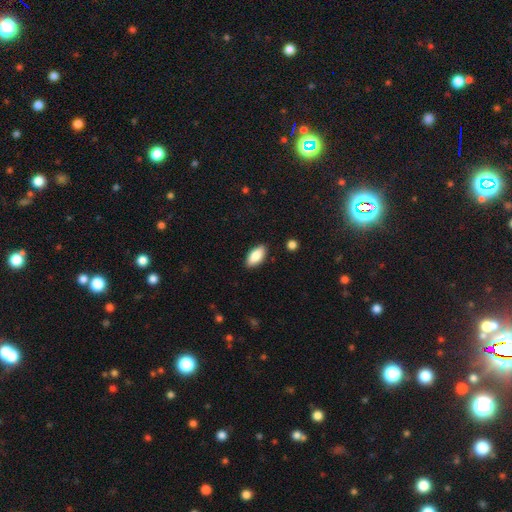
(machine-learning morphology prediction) Smooth or featured: smooth — 88% (star or artifact — 6%)
How rounded: in between — 91% (cigar-shaped — 6%)
Merging: none — 87% (minor disturbance — 10%)